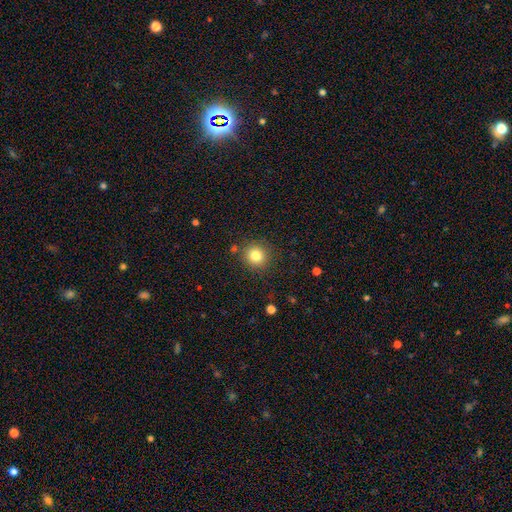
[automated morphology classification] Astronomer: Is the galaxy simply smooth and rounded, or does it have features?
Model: smooth — 82%.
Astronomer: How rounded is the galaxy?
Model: round — 92%.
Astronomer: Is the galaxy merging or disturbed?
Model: none — 87%.